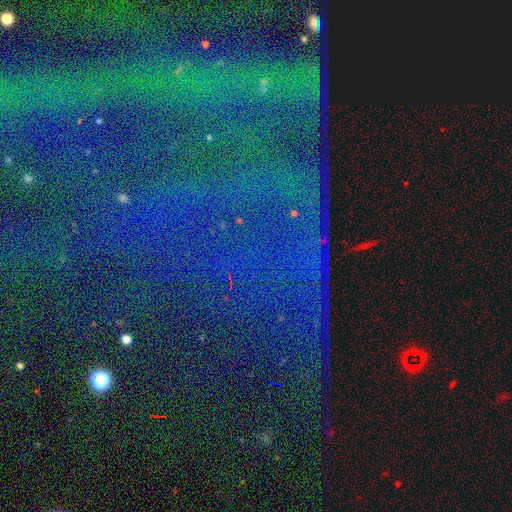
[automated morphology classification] A star or artifact, not a galaxy (84%).